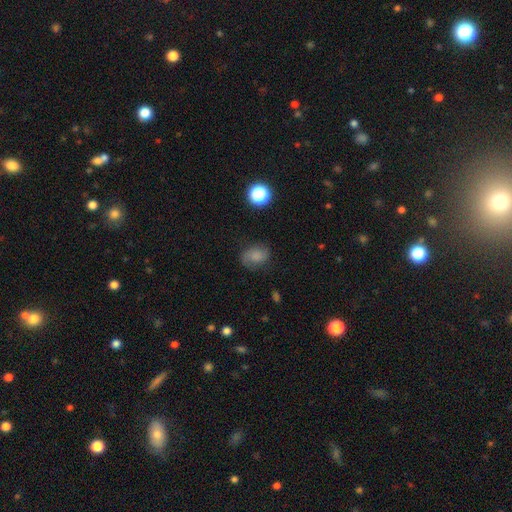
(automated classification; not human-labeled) The model was most divided on "smooth or featured": smooth: 51%, featured or disk: 35%, star or artifact: 14%. More confident: merging — none (69%); how rounded — in between (60%).